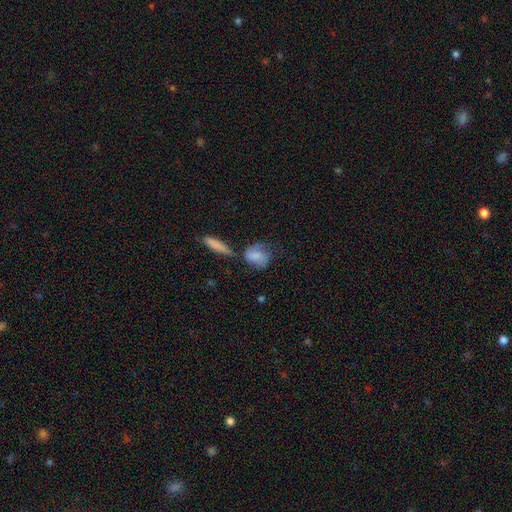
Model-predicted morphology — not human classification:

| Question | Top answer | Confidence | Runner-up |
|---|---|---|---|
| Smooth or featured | smooth | 58% | featured or disk (35%) |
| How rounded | in between | 52% | round (42%) |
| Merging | none | 43% | minor disturbance (23%) |